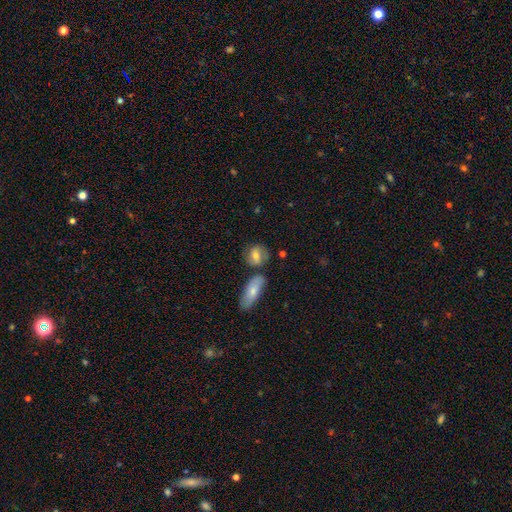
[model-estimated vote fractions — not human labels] The model was most divided on "how rounded": in between: 49%, round: 46%, cigar-shaped: 6%. More confident: smooth or featured — smooth (68%); merging — none (63%).